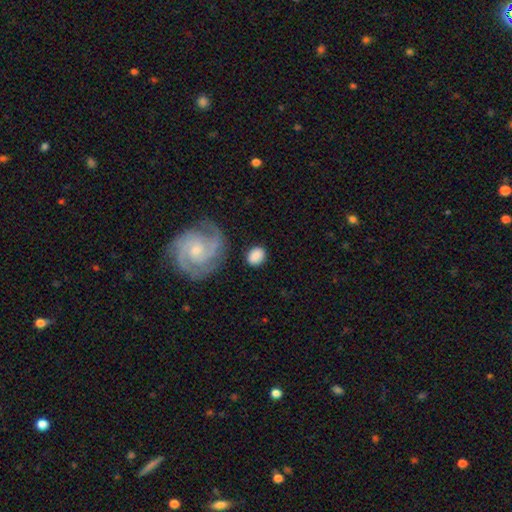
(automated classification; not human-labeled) The model was most divided on "how rounded": round: 50%, in between: 48%, cigar-shaped: 1%. More confident: smooth or featured — smooth (79%); merging — none (77%).